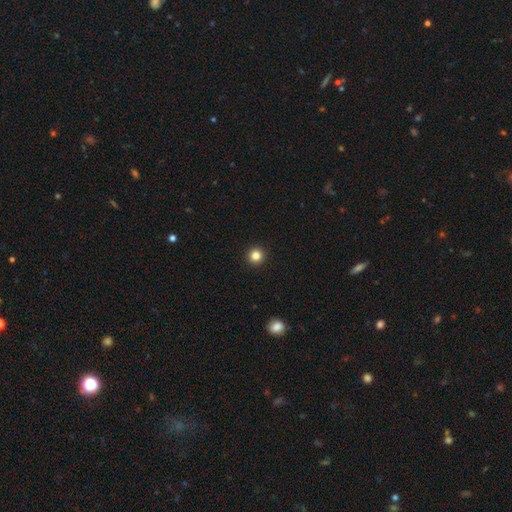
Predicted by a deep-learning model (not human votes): Q: Smooth or featured?
A: smooth (83%); runner-up: star or artifact (12%)
Q: How rounded?
A: round (96%); runner-up: in between (3%)
Q: Merging?
A: none (94%); runner-up: minor disturbance (3%)